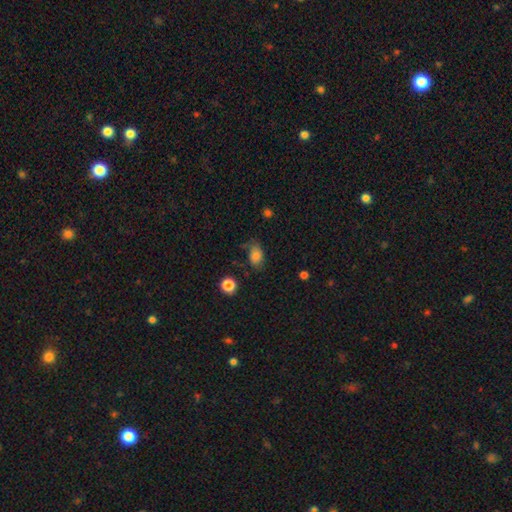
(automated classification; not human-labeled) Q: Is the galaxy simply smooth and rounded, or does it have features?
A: smooth — 81%.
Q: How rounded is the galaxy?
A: in between — 82%.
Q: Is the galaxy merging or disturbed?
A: none — 59%.